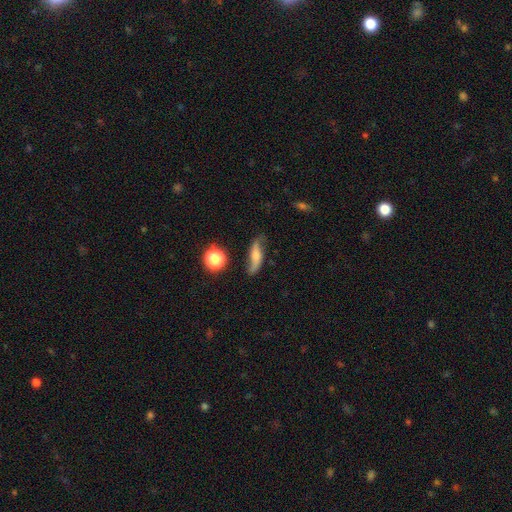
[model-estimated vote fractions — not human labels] smooth_or_featured: featured or disk (p=0.54) [alt: smooth p=0.36]
disk_edge_on: no (p=0.74) [alt: yes p=0.26]
merging: none (p=0.67) [alt: minor disturbance p=0.22]